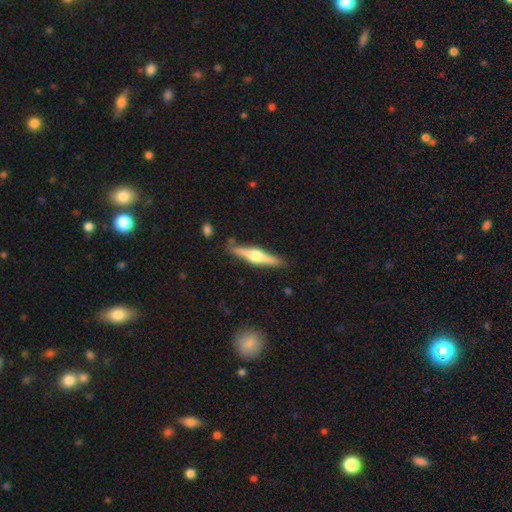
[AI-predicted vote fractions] smooth-or-featured: featured or disk: 70% | smooth: 25% | star or artifact: 5%
  disk-edge-on: yes: 98% | no: 2%
    edge-on-bulge: rounded: 92% | boxy: 5% | none: 2%
  merging: none: 86% | minor disturbance: 10% | merger: 3% | major disturbance: 2%